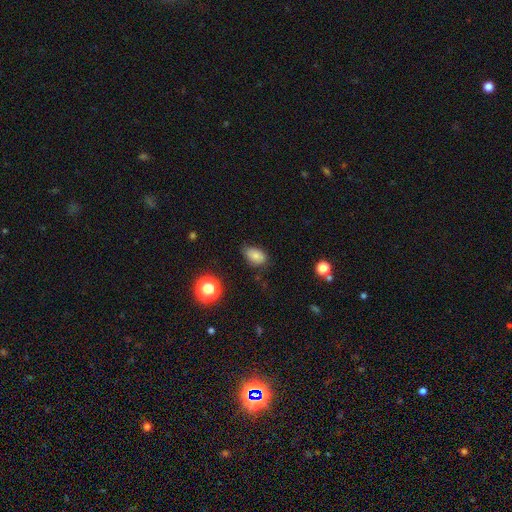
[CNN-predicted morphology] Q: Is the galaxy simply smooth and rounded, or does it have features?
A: smooth — 79%.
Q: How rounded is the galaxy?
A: in between — 86%.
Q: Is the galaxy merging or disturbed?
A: none — 68%.